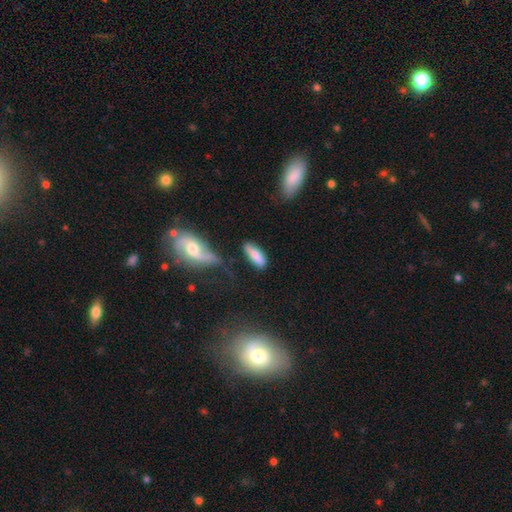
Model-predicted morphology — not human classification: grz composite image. It shows a smooth galaxy with no disk features (77%) that is in between round and cigar-shaped (56%). Merging: none (65%).